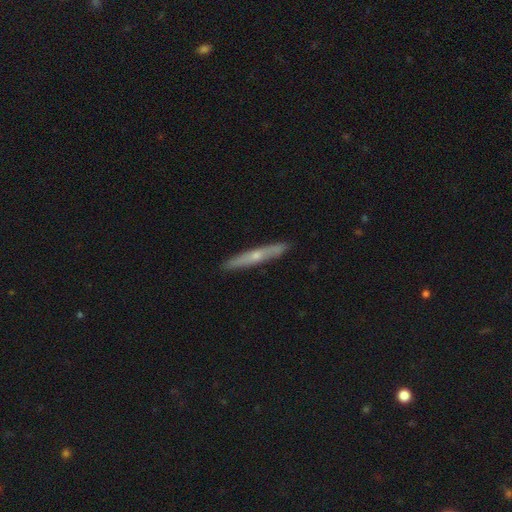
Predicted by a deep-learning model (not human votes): smooth-or-featured: featured or disk: 57% | smooth: 37% | star or artifact: 6%
  disk-edge-on: yes: 92% | no: 8%
    edge-on-bulge: rounded: 71% | none: 26% | boxy: 2%
  merging: none: 90% | minor disturbance: 7% | major disturbance: 1% | merger: 1%